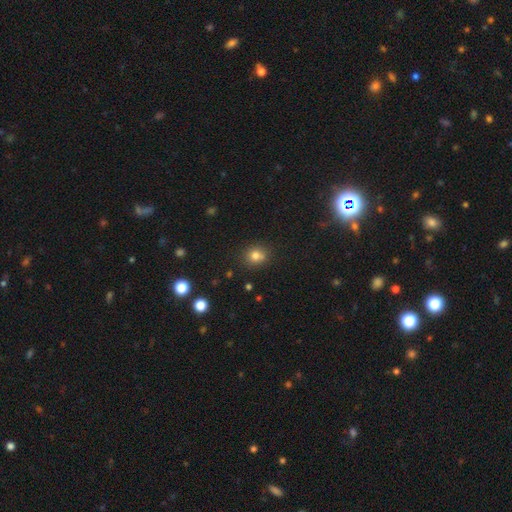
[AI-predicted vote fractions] Smooth or featured: smooth — 77% (star or artifact — 14%)
How rounded: round — 78% (in between — 21%)
Merging: none — 70% (merger — 13%)